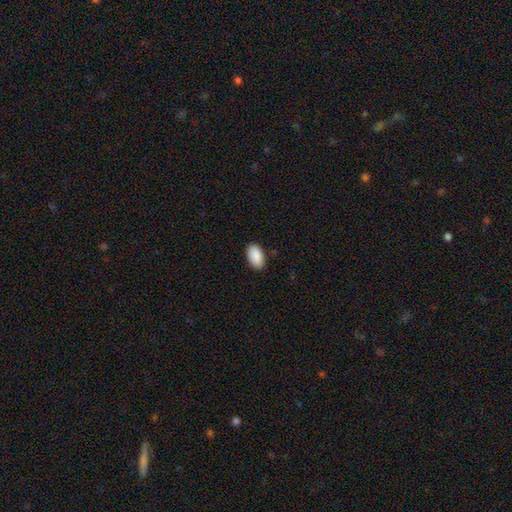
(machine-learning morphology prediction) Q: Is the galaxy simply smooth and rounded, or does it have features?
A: smooth — 91%.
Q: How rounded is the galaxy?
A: in between — 95%.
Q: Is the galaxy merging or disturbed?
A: none — 89%.